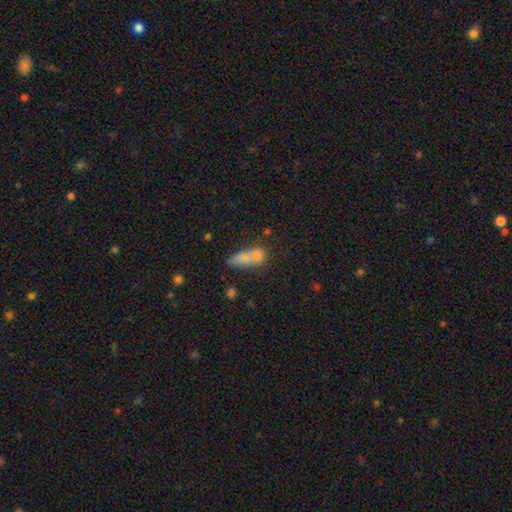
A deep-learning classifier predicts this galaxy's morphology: type=smooth (70%); roundness=in between (50%); merging=merger (48%).